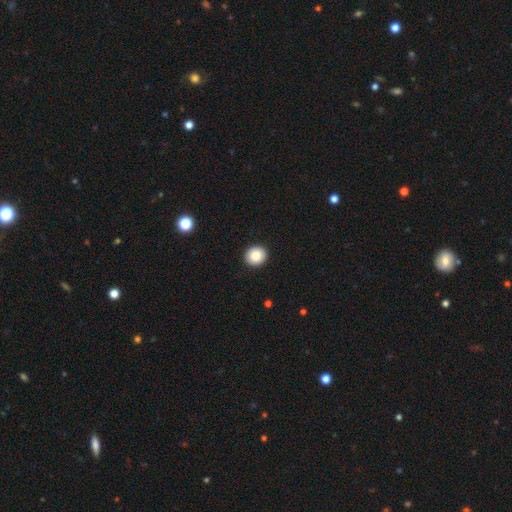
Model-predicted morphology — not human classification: Smooth or featured? Predicted: smooth (p=0.86). How rounded? Predicted: round (p=0.90). Merging? Predicted: none (p=0.93).